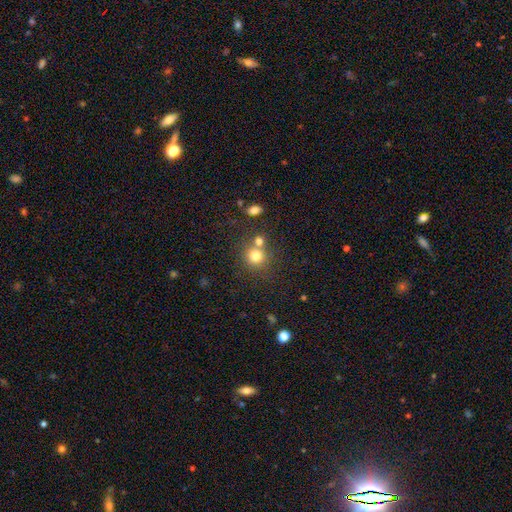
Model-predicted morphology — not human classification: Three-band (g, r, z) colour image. It shows a smooth galaxy with no disk features (78%) that is round (87%). Merging: none (59%).